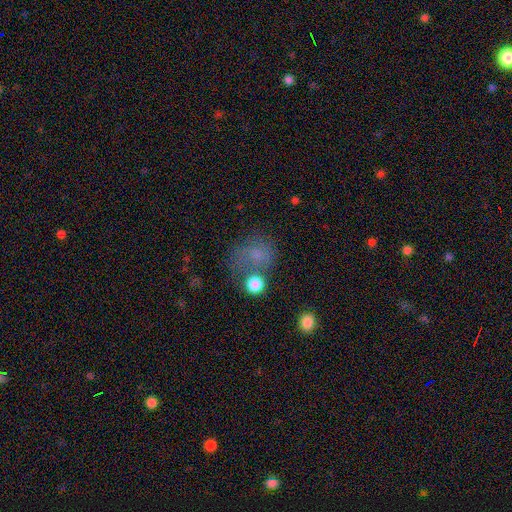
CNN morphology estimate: smooth_or_featured: smooth (p=0.63) [alt: star or artifact p=0.20]
how_rounded: round (p=0.62) [alt: in between p=0.37]
merging: none (p=0.45) [alt: minor disturbance p=0.21]